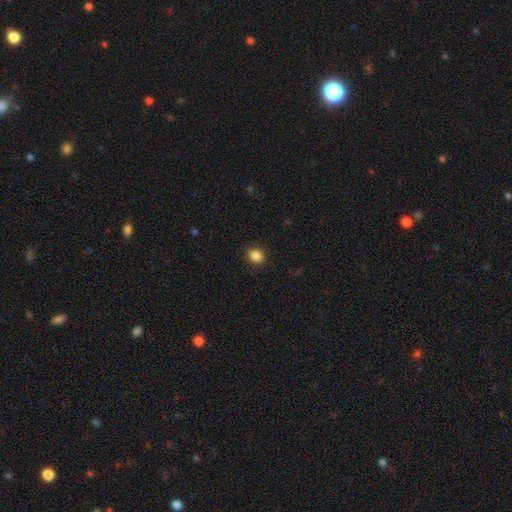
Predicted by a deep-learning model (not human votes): This is clearly a smooth galaxy (86%). How rounded: likely round (64%). Merging: clearly none (91%).